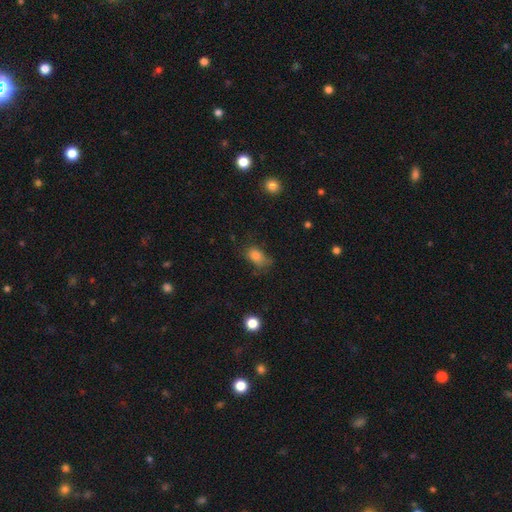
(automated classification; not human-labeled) smooth_or_featured: smooth (p=0.80) [alt: star or artifact p=0.12]
how_rounded: in between (p=0.80) [alt: round p=0.17]
merging: none (p=0.48) [alt: minor disturbance p=0.32]